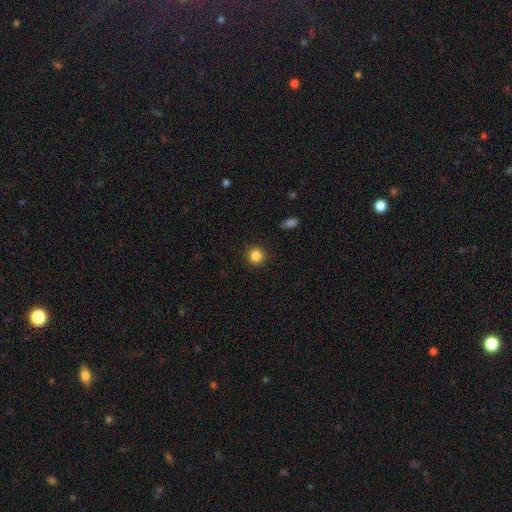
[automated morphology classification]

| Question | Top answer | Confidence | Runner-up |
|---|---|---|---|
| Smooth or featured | smooth | 85% | star or artifact (11%) |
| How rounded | round | 95% | in between (4%) |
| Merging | none | 91% | minor disturbance (6%) |